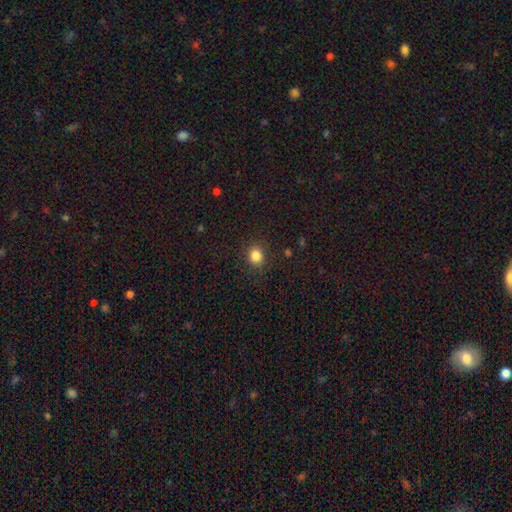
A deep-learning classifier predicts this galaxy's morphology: Smooth or featured? smooth (84%)
How rounded? round (77%)
Merging? none (87%)